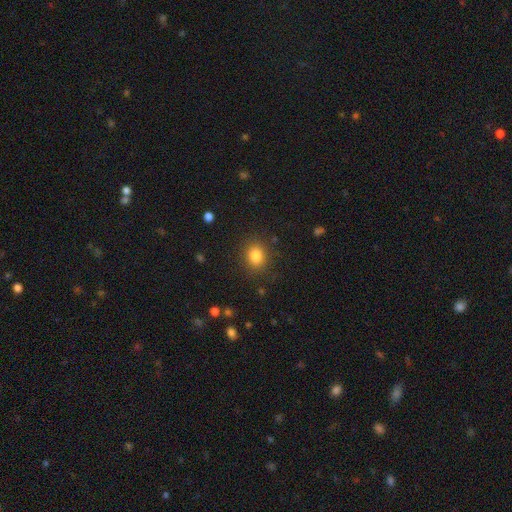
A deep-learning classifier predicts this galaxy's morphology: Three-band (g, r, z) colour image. It shows a smooth galaxy with no disk features (83%) that is round (62%). Merging: none (86%).